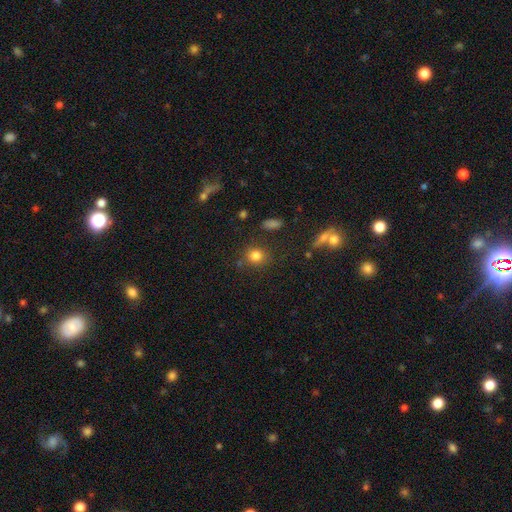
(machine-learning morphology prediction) Smooth or featured? smooth (80%)
How rounded? round (80%)
Merging? none (80%)